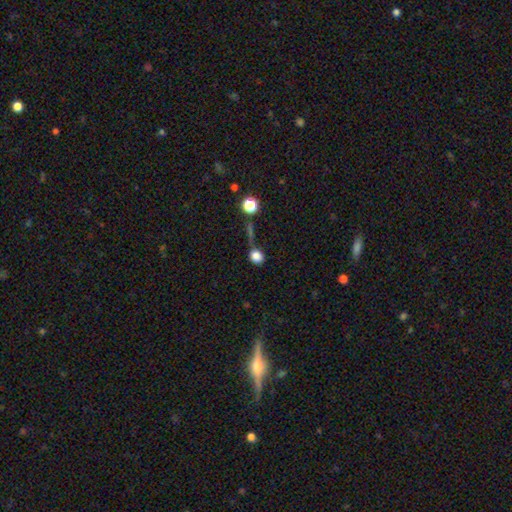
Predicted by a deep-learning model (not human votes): Smooth or featured? Predicted: smooth (p=0.81). How rounded? Predicted: round (p=0.70). Merging? Predicted: none (p=0.58).